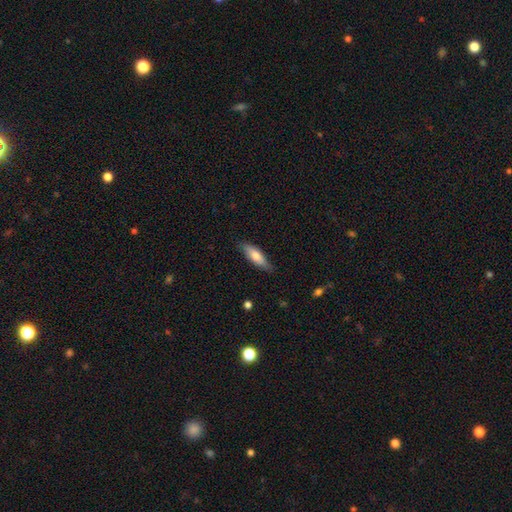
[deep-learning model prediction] smooth-or-featured: smooth: 70% | featured or disk: 24% | star or artifact: 6%
  how-rounded: in between: 50% | cigar-shaped: 48% | round: 2%
  merging: none: 81% | minor disturbance: 15% | major disturbance: 2% | merger: 1%